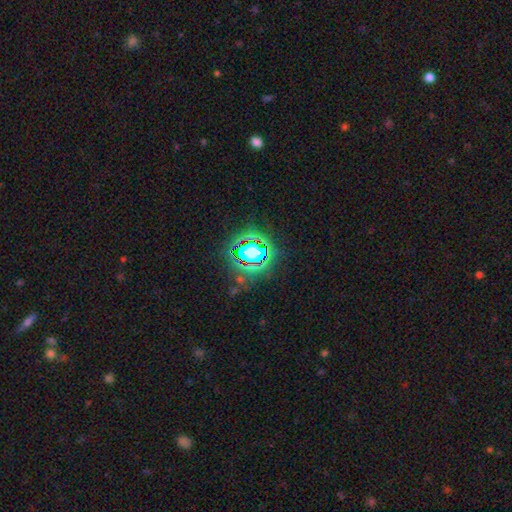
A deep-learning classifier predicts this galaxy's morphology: Smooth or featured?
  - star or artifact: 80% *
  - smooth: 13%
  - featured or disk: 8%